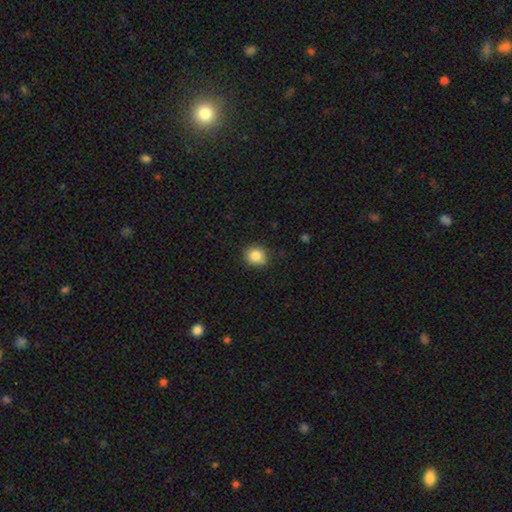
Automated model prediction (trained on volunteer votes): Smooth or featured? smooth (85%)
How rounded? round (80%)
Merging? none (82%)